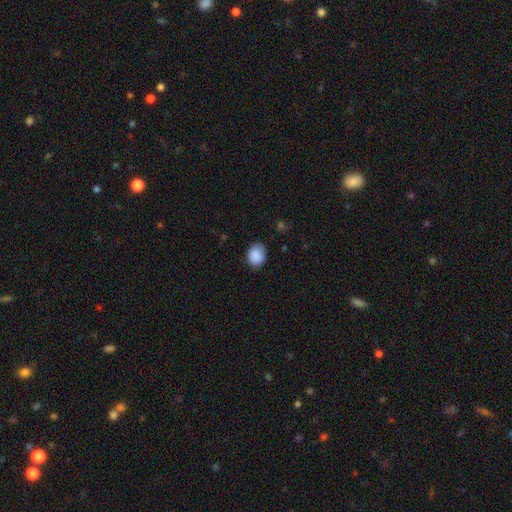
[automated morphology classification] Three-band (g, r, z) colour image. It shows a smooth galaxy with no disk features (88%) that is in between round and cigar-shaped (51%). Merging: none (74%).